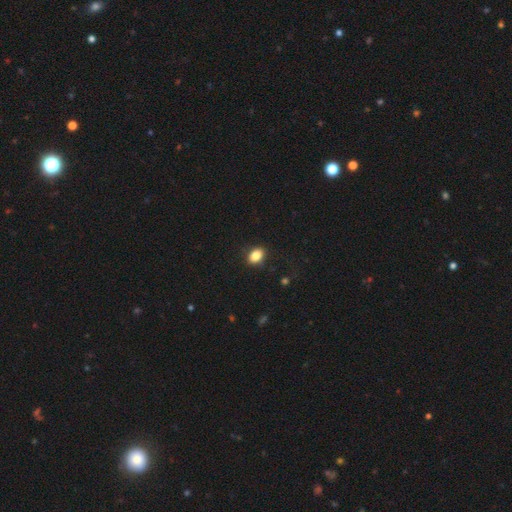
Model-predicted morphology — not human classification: smooth 85%, star or artifact 9%, featured or disk 6%. Down the decision tree: how rounded — in between (76%); merging — none (86%).